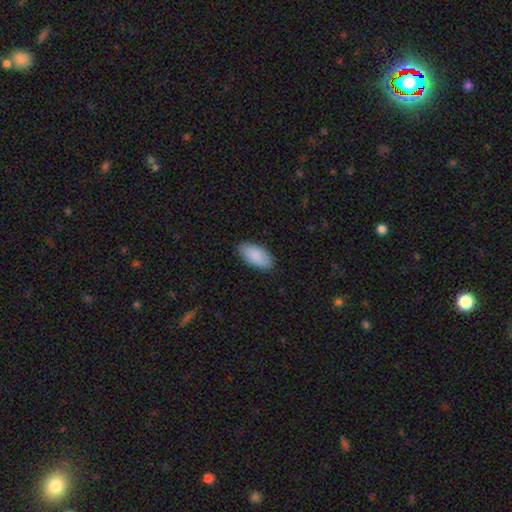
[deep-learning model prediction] This appears to be a smooth galaxy with no disk features (90%) that is in between round and cigar-shaped (95%). Merging: none (86%).